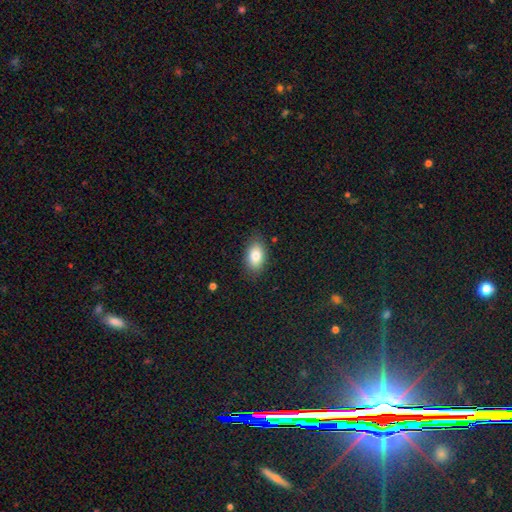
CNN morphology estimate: Overall: smooth (82%). How rounded: in between (91%). Merging: none (85%).